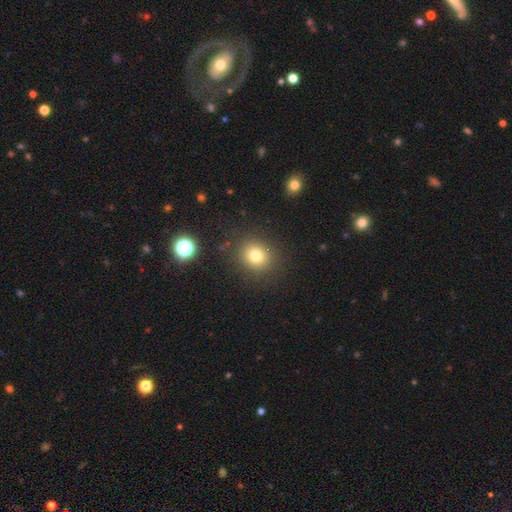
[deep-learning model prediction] This is likely a smooth galaxy (77%). How rounded: clearly round (82%). Merging: clearly none (87%).